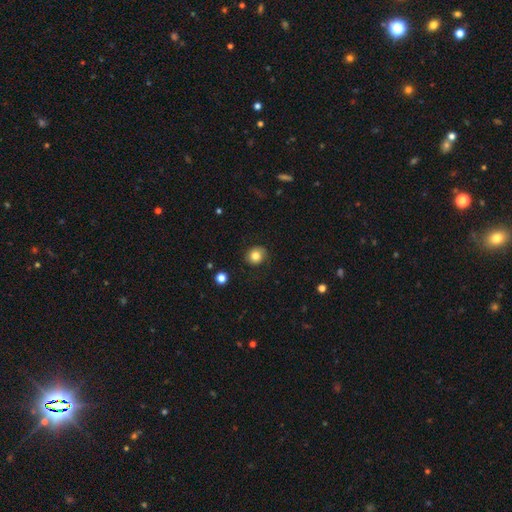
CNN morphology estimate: This appears to be a smooth galaxy with no disk features (81%) that is round (75%). Merging: none (83%).